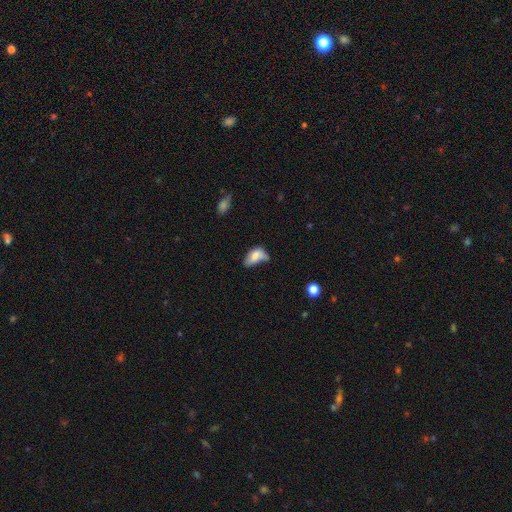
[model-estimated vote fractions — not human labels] smooth 65%, featured or disk 26%, star or artifact 9%. Down the decision tree: how rounded — in between (89%); merging — minor disturbance (34%).